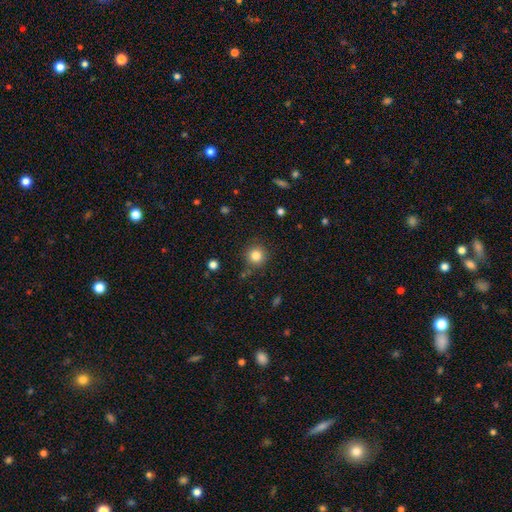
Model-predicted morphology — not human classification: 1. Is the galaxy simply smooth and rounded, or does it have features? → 83% smooth, 12% star or artifact, 6% featured or disk.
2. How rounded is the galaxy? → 94% round, 5% in between, 1% cigar-shaped.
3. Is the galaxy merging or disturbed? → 85% none, 9% minor disturbance, 3% major disturbance, 3% merger.